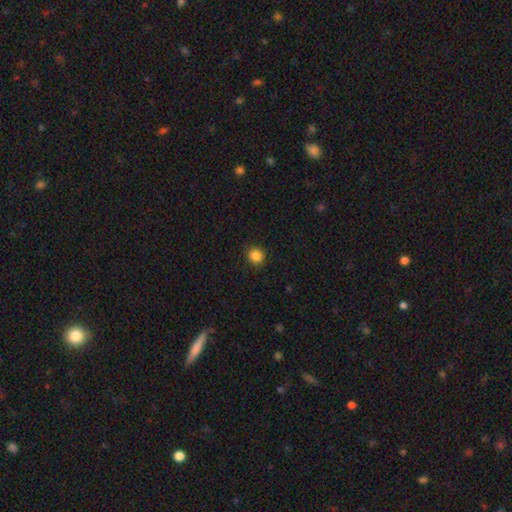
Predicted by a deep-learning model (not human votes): Smooth or featured?
  - smooth: 86% *
  - star or artifact: 11%
  - featured or disk: 3%
How rounded?
  - round: 87% *
  - in between: 13%
  - cigar-shaped: 1%
Merging?
  - none: 89% *
  - minor disturbance: 8%
  - major disturbance: 2%
  - merger: 1%